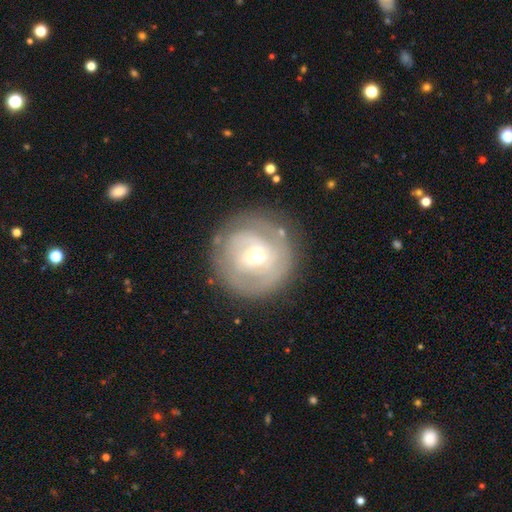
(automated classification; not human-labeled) Overall: featured or disk (64%; smooth 29%). Edge-on disk: no (96%). Bar: no (48%; weak 41%). Spiral arms: yes (66%; no 34%). Bulge size: moderate (62%; small 30%). Merging: none (76%).